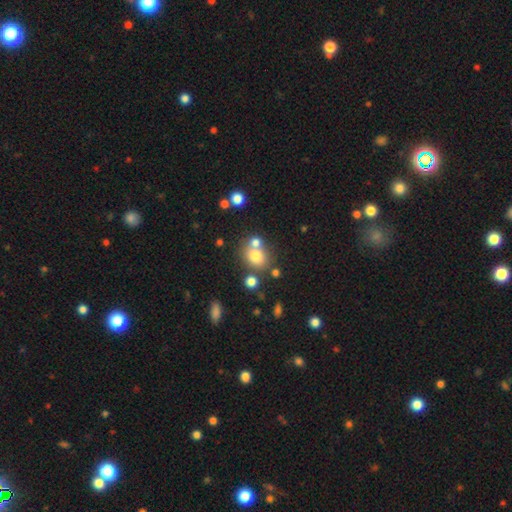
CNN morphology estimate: smooth-or-featured: smooth: 73% | star or artifact: 13% | featured or disk: 13%
  how-rounded: round: 67% | in between: 32% | cigar-shaped: 1%
  merging: none: 55% | merger: 30% | minor disturbance: 11% | major disturbance: 4%